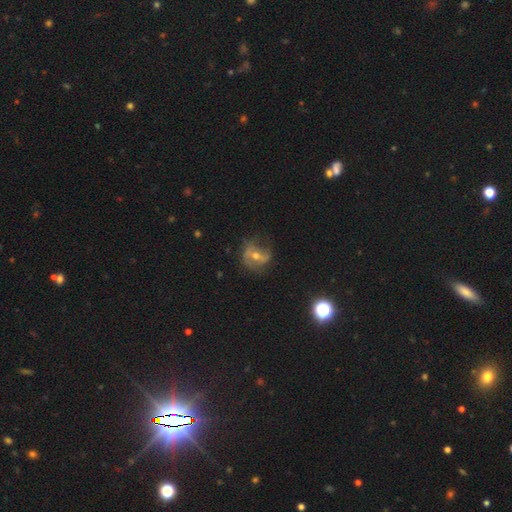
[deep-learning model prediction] Overall: featured or disk (73%). Edge-on disk: no (96%). Bar: no (39%; weak 37%). Spiral arms: yes (89%). Spiral arm count: 2 (60%). Spiral winding: medium (44%; loose 35%). Bulge size: moderate (56%; small 40%). Merging: none (63%).